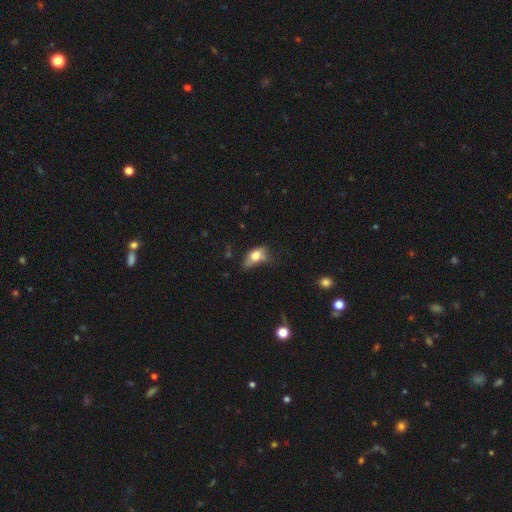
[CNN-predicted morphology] Smooth or featured? Predicted: smooth (p=0.69). How rounded? Predicted: in between (p=0.85). Merging? Predicted: minor disturbance (p=0.35).